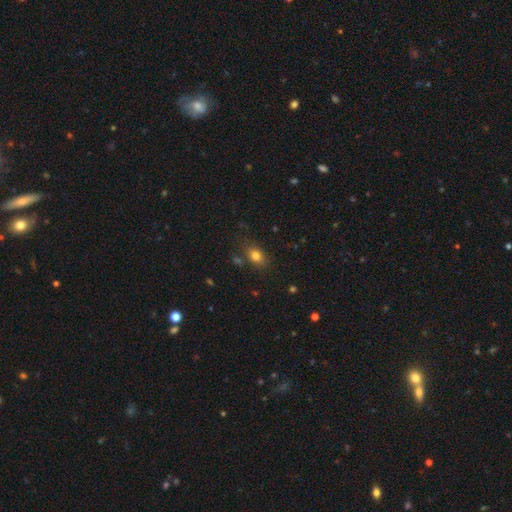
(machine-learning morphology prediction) A smooth galaxy with no disk features (80%) that is in between round and cigar-shaped (70%). Merging: none (76%).